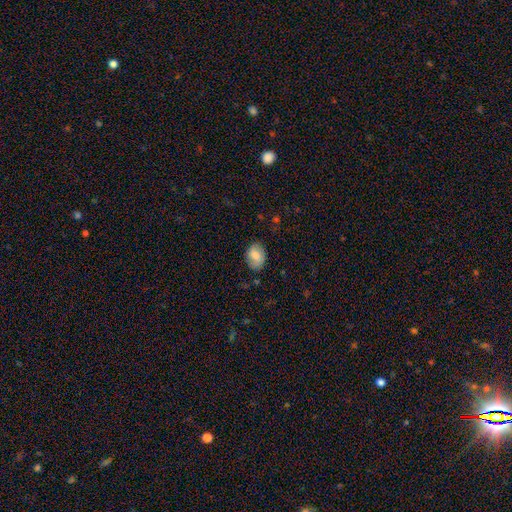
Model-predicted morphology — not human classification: Overall: smooth (69%). How rounded: in between (72%). Merging: none (79%).